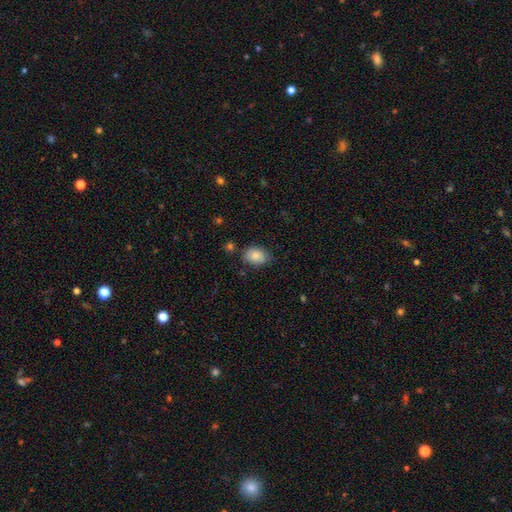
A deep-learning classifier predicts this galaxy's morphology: Smooth or featured?
  - smooth: 83% *
  - featured or disk: 9%
  - star or artifact: 8%
How rounded?
  - in between: 67% *
  - round: 32%
  - cigar-shaped: 1%
Merging?
  - none: 74% *
  - minor disturbance: 20%
  - major disturbance: 4%
  - merger: 3%